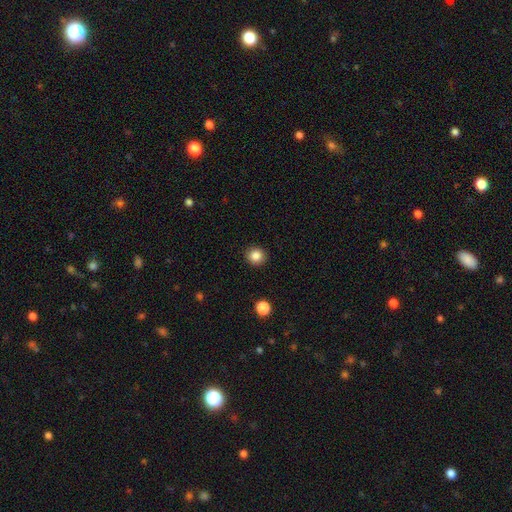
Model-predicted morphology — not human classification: Smooth or featured? smooth (85%)
How rounded? round (91%)
Merging? none (92%)